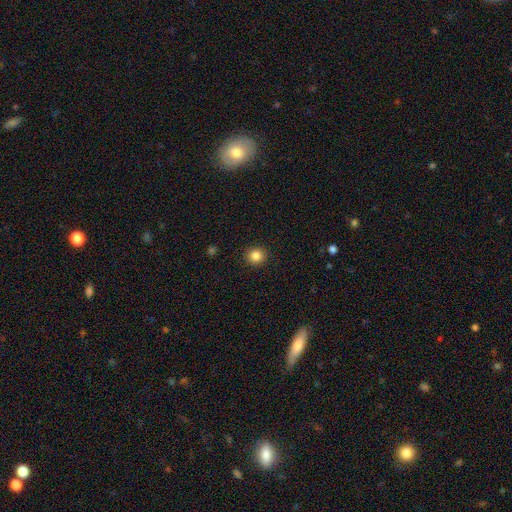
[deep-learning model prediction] Q: Smooth or featured?
A: smooth (85%); runner-up: star or artifact (11%)
Q: How rounded?
A: round (88%); runner-up: in between (11%)
Q: Merging?
A: none (92%); runner-up: minor disturbance (5%)